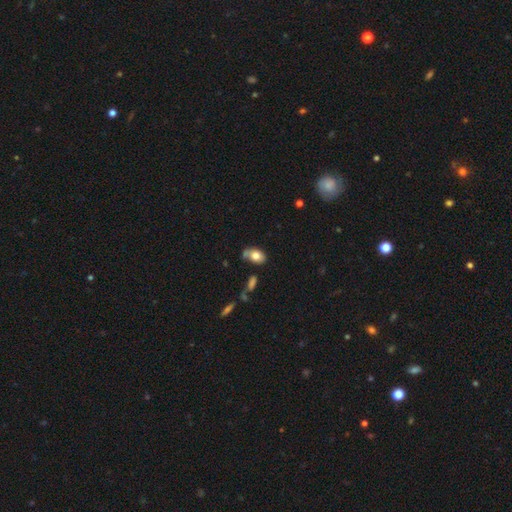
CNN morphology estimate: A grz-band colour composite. It shows a smooth galaxy with no disk features (77%) that is in between round and cigar-shaped (84%). Merging: none (54%).